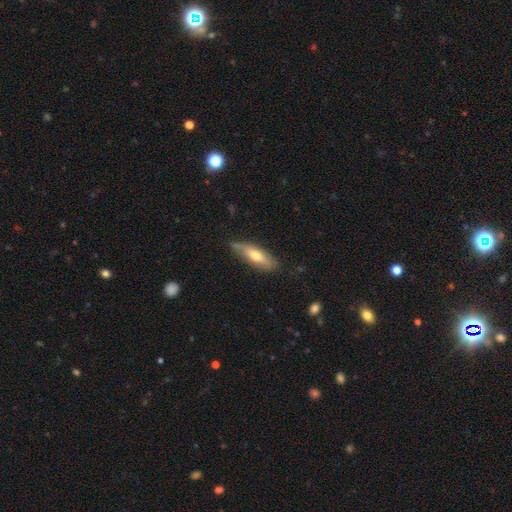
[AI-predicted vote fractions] smooth-or-featured: smooth: 60% | featured or disk: 34% | star or artifact: 6%
  how-rounded: in between: 50% | cigar-shaped: 47% | round: 2%
  merging: none: 72% | minor disturbance: 22% | major disturbance: 4% | merger: 3%